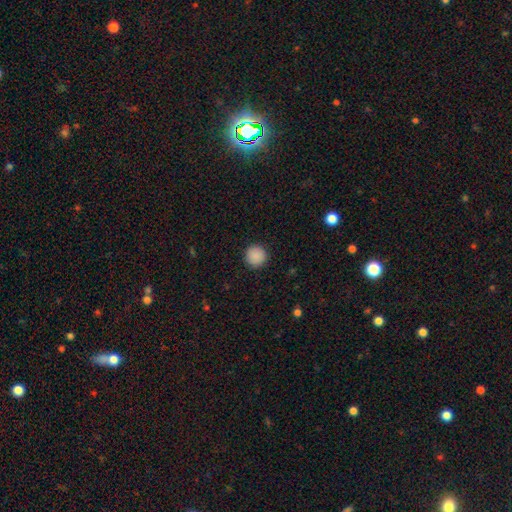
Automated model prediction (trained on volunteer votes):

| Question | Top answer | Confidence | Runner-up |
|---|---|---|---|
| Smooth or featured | smooth | 89% | star or artifact (8%) |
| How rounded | round | 95% | in between (4%) |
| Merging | none | 92% | minor disturbance (5%) |